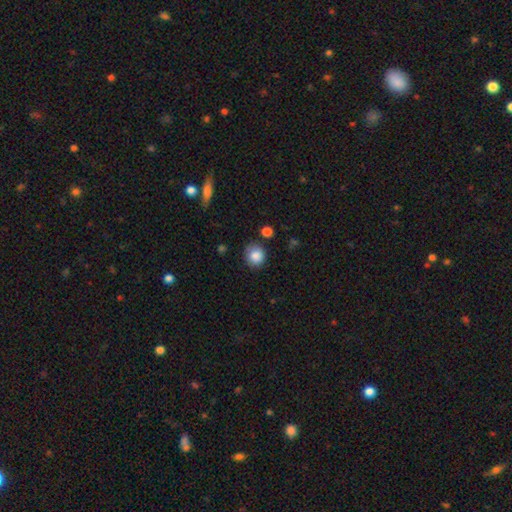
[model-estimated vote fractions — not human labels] Smooth or featured? Predicted: smooth (p=0.86). How rounded? Predicted: round (p=0.83). Merging? Predicted: none (p=0.78).